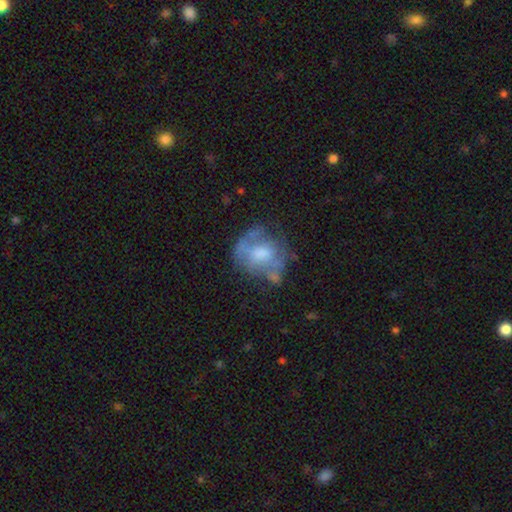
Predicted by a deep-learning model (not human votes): Smooth or featured: featured or disk — 54% (smooth — 35%)
Edge-on disk: no — 96% (yes — 4%)
Bar: no — 70% (weak — 24%)
Spiral arms: no — 62% (yes — 38%)
Bulge size: moderate — 51% (small — 19%)
Merging: none — 52% (minor disturbance — 24%)